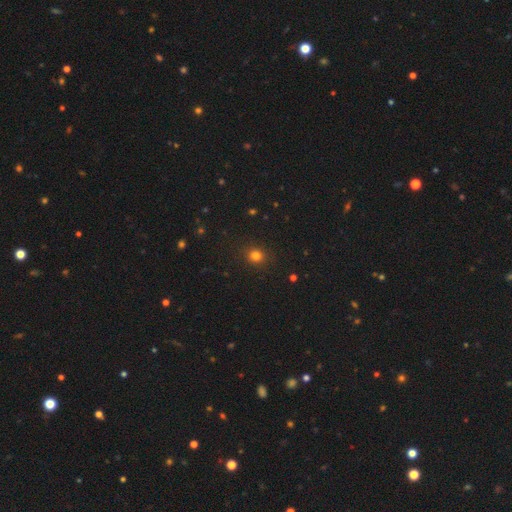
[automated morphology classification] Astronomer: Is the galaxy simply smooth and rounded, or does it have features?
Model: smooth — 80%.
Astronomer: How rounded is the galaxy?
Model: round — 81%.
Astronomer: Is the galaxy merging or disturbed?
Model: none — 89%.